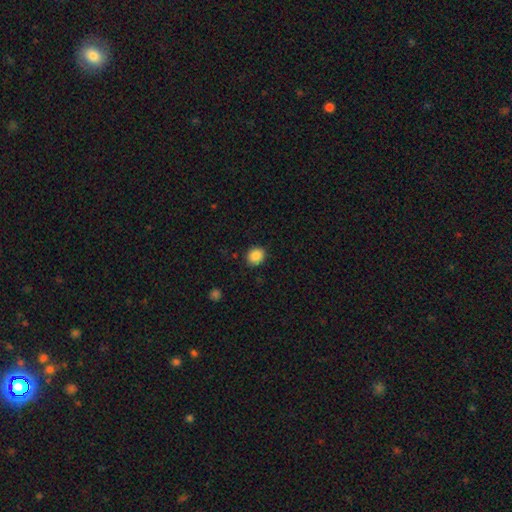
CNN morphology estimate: Q: Smooth or featured?
A: smooth (87%); runner-up: star or artifact (9%)
Q: How rounded?
A: round (77%); runner-up: in between (22%)
Q: Merging?
A: none (89%); runner-up: minor disturbance (8%)